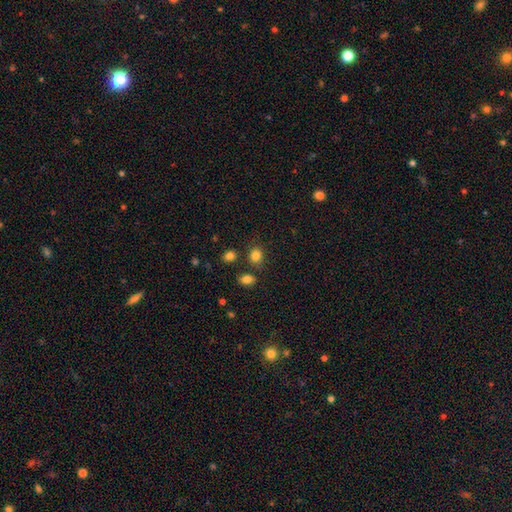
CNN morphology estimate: The model was most divided on "how rounded": round: 59%, in between: 40%, cigar-shaped: 1%. More confident: smooth or featured — smooth (83%); merging — none (76%).